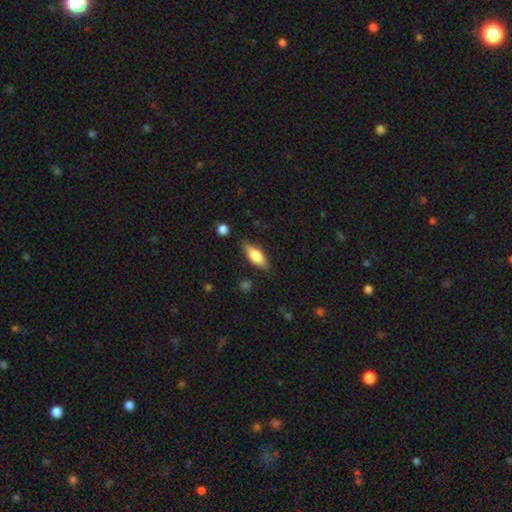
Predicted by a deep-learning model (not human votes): A smooth galaxy with no disk features (72%) that is in between round and cigar-shaped (66%). Merging: none (84%).